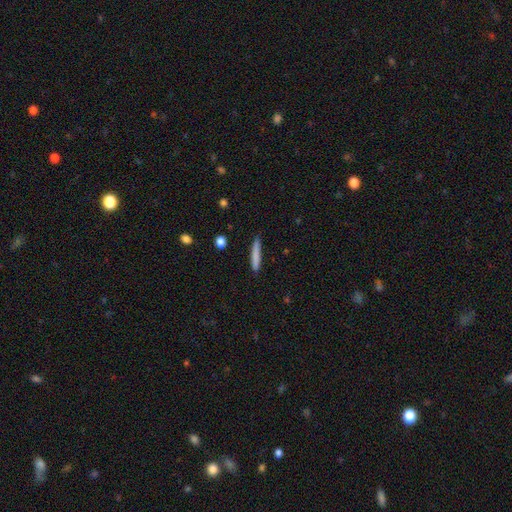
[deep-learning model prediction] smooth-or-featured: smooth: 79% | featured or disk: 15% | star or artifact: 6%
  how-rounded: cigar-shaped: 94% | in between: 5% | round: 1%
  merging: none: 85% | minor disturbance: 11% | major disturbance: 2% | merger: 2%